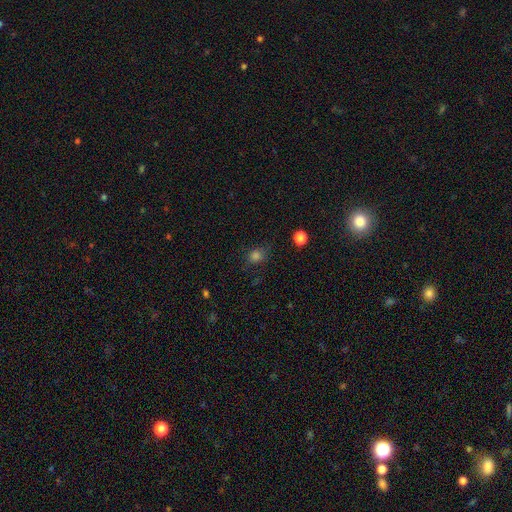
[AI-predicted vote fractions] smooth_or_featured: smooth (p=0.77) [alt: star or artifact p=0.17]
how_rounded: round (p=0.67) [alt: in between p=0.32]
merging: none (p=0.75) [alt: minor disturbance p=0.17]